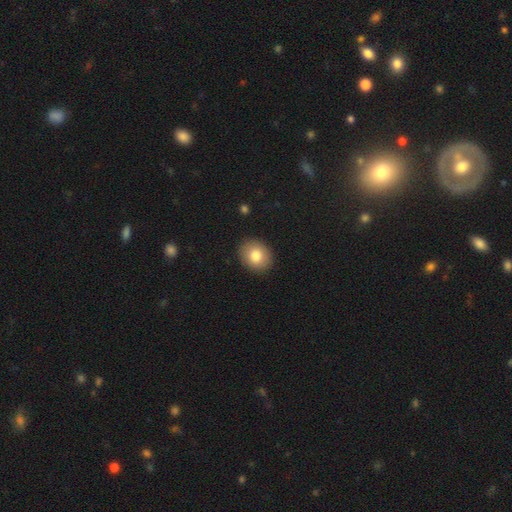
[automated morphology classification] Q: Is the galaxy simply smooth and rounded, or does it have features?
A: smooth — 81%.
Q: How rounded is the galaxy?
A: round — 60%.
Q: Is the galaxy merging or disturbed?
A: none — 90%.